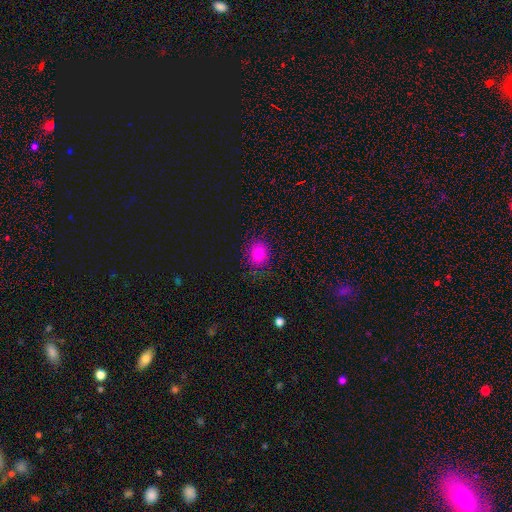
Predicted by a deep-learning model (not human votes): This is clearly a smooth galaxy (84%). How rounded: possibly round (59%). Merging: clearly none (85%).